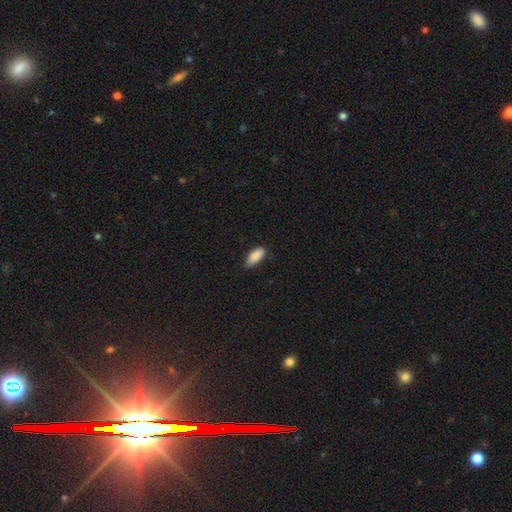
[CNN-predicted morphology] This appears to be a smooth galaxy with no disk features (90%) that is in between round and cigar-shaped (88%). Merging: none (78%).